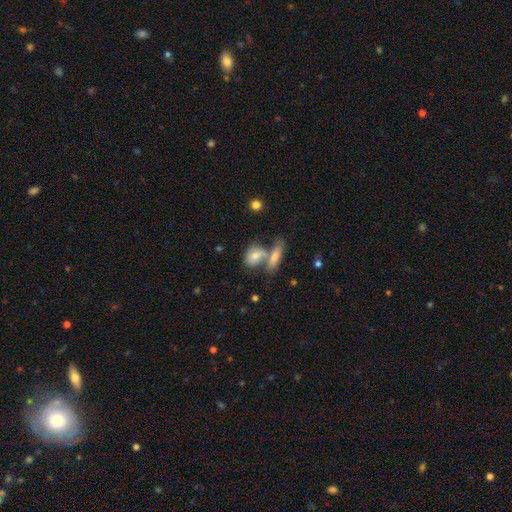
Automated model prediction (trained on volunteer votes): Overall: smooth (67%). How rounded: in between (65%). Merging: none (43%; merger 41%).